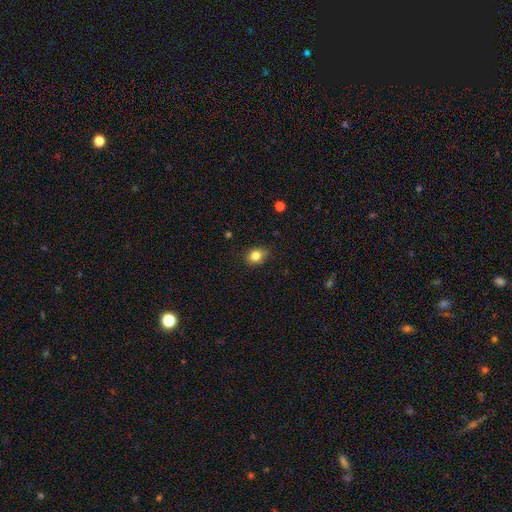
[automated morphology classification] Smooth or featured? Predicted: smooth (p=0.82). How rounded? Predicted: in between (p=0.52). Merging? Predicted: none (p=0.79).